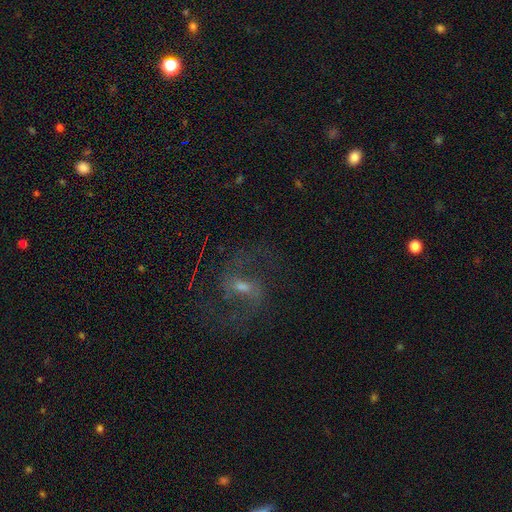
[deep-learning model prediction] Smooth or featured? Predicted: featured or disk (p=0.76). Edge-on disk? Predicted: no (p=0.97). Bar? Predicted: weak (p=0.50). Spiral arms? Predicted: yes (p=0.94). Spiral winding? Predicted: medium (p=0.53). Spiral arm count? Predicted: 2 (p=0.89). Bulge size? Predicted: small (p=0.47). Merging? Predicted: none (p=0.77).